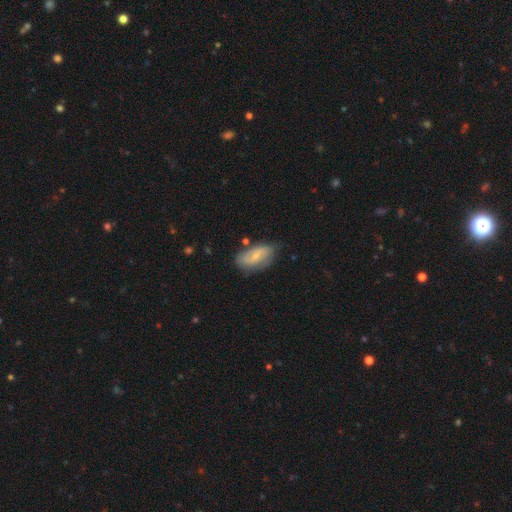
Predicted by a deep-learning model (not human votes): A featured or disk galaxy (49%).

Vote fractions:
- Smooth or featured? featured or disk: 49% / smooth: 45% / star or artifact: 6%
- Merging? none: 66% / minor disturbance: 25% / major disturbance: 6% / merger: 3%